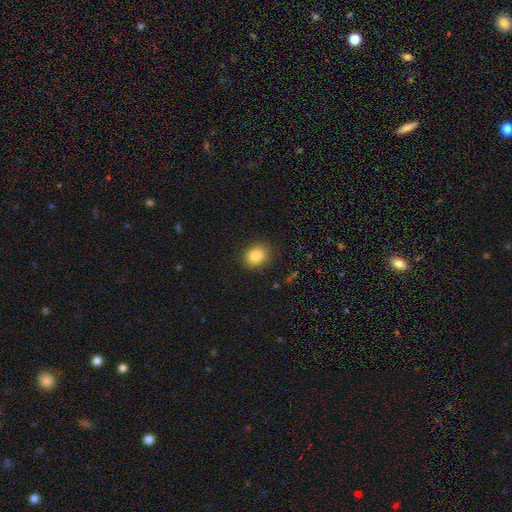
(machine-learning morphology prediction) Smooth or featured: smooth — 83% (star or artifact — 10%)
How rounded: round — 60% (in between — 39%)
Merging: none — 87% (minor disturbance — 10%)